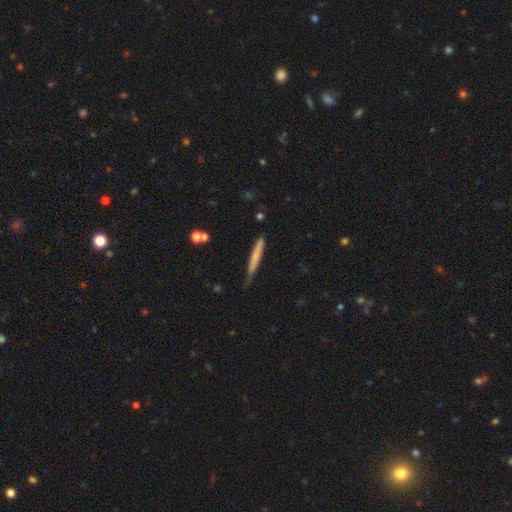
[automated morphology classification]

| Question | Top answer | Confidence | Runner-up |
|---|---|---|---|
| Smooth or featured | smooth | 63% | featured or disk (30%) |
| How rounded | cigar-shaped | 96% | in between (3%) |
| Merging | none | 64% | minor disturbance (28%) |